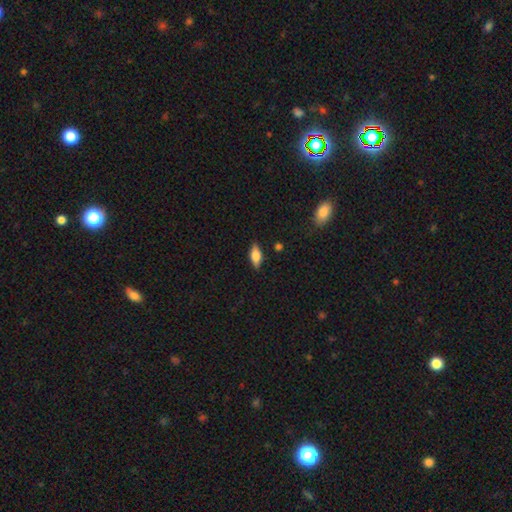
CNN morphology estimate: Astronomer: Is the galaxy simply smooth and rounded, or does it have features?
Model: smooth — 70%.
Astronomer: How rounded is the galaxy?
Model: in between — 80%.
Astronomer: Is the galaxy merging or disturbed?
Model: none — 85%.